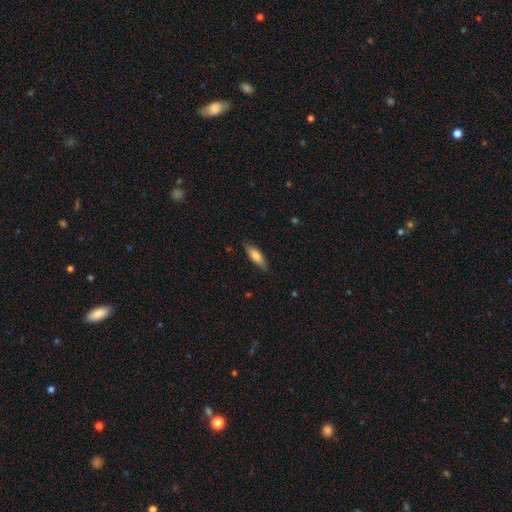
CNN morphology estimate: This appears to be a smooth galaxy with no disk features (75%) that is in between round and cigar-shaped (57%). Merging: none (79%).